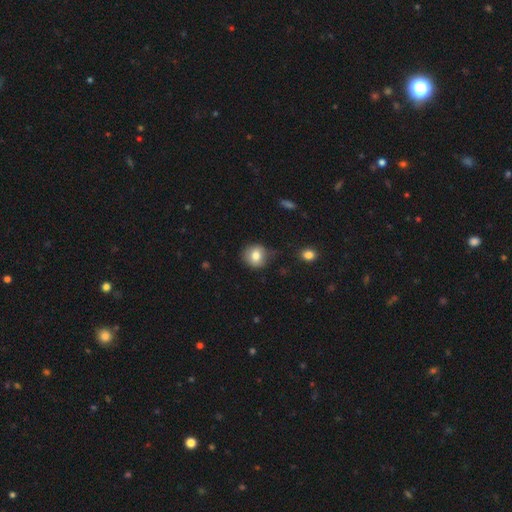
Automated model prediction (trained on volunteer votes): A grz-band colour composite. It shows a smooth galaxy with no disk features (80%) that is round (84%). Merging: none (74%).